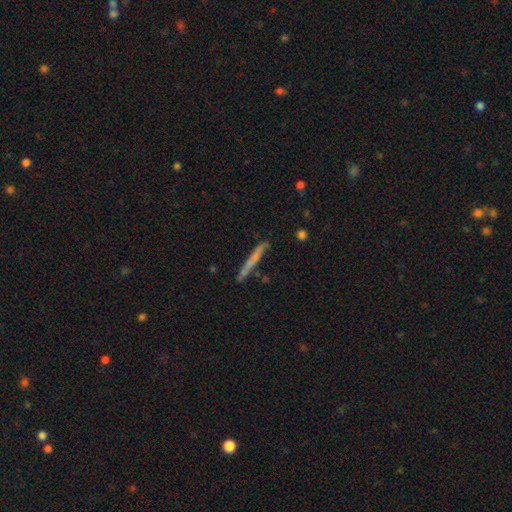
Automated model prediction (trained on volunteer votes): The model was most divided on "smooth or featured": smooth: 59%, featured or disk: 34%, star or artifact: 7%. More confident: how rounded — cigar-shaped (96%); merging — none (84%).